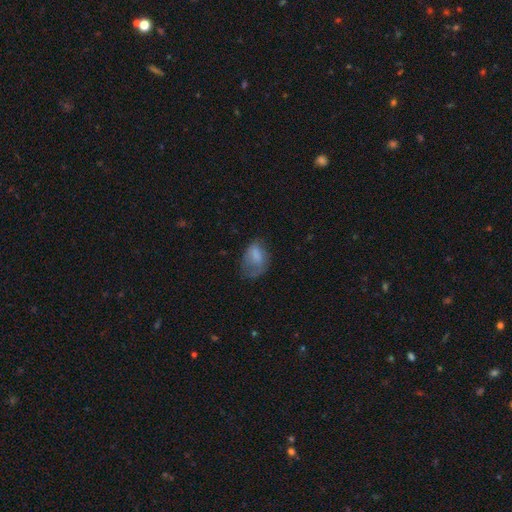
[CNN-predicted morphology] smooth_or_featured: smooth (p=0.68) [alt: featured or disk p=0.23]
how_rounded: in between (p=0.82) [alt: round p=0.16]
merging: none (p=0.36) [alt: minor disturbance p=0.31]